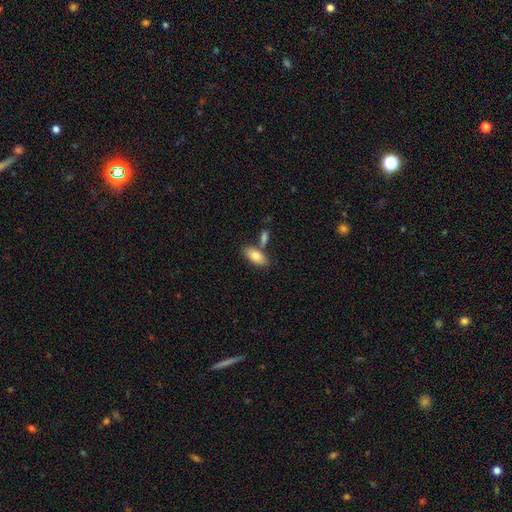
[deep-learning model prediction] This appears to be a smooth galaxy with no disk features (79%) that is in between round and cigar-shaped (90%). Merging: none (64%).